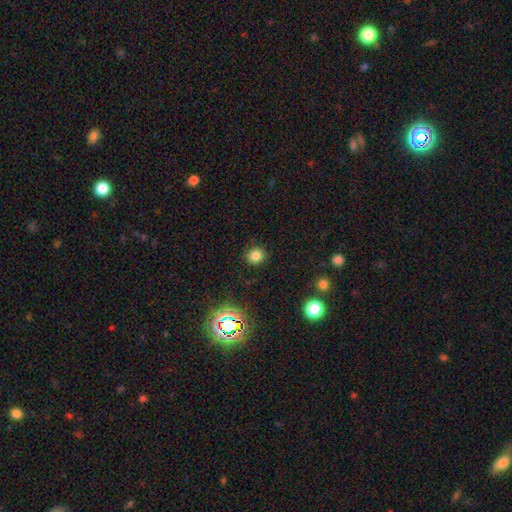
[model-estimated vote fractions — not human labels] Smooth or featured?
  - smooth: 78% *
  - star or artifact: 16%
  - featured or disk: 6%
How rounded?
  - round: 85% *
  - in between: 14%
  - cigar-shaped: 1%
Merging?
  - none: 86% *
  - minor disturbance: 9%
  - major disturbance: 3%
  - merger: 1%